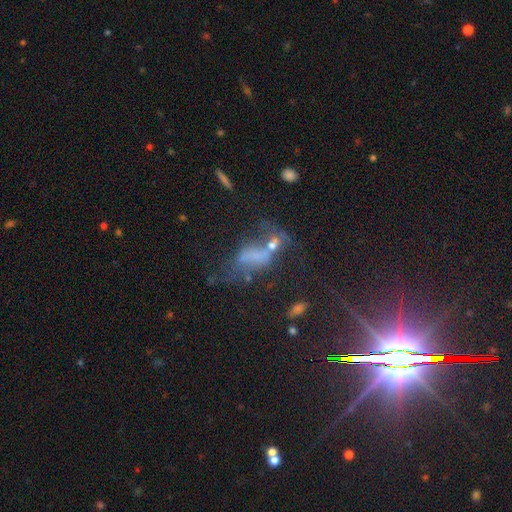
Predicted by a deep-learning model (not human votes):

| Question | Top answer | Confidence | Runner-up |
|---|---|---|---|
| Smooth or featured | smooth | 36% | featured or disk (35%) |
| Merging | major disturbance | 32% | merger (28%) |